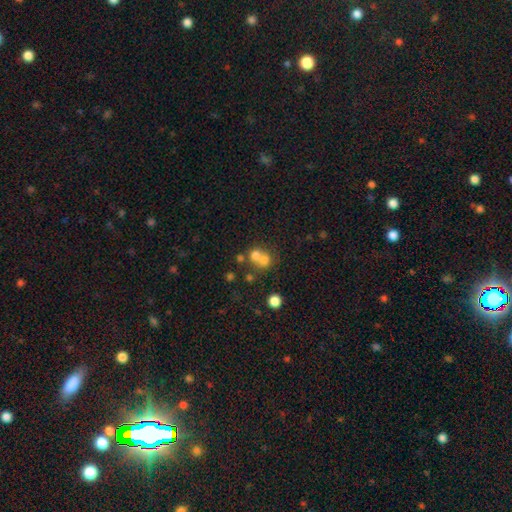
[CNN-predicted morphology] Smooth or featured: smooth — 66% (featured or disk — 19%)
How rounded: round — 77% (in between — 22%)
Merging: merger — 57% (none — 33%)